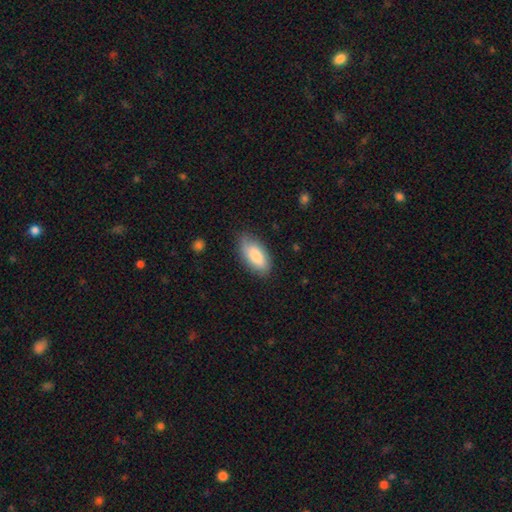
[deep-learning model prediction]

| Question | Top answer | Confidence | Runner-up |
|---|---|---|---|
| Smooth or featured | smooth | 81% | featured or disk (14%) |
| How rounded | in between | 90% | cigar-shaped (7%) |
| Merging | none | 79% | minor disturbance (17%) |